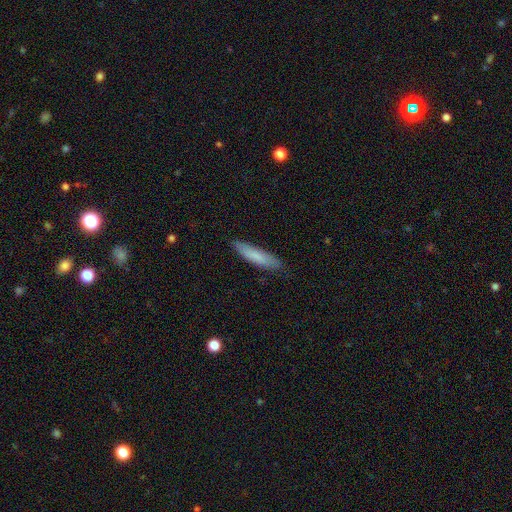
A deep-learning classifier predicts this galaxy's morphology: A smooth galaxy with no disk features (80%) that is cigar-shaped (81%).

Vote fractions:
- Smooth or featured? smooth: 80% / featured or disk: 15% / star or artifact: 6%
- How rounded? cigar-shaped: 81% / in between: 18% / round: 1%
- Merging? none: 84% / minor disturbance: 13% / major disturbance: 2% / merger: 1%